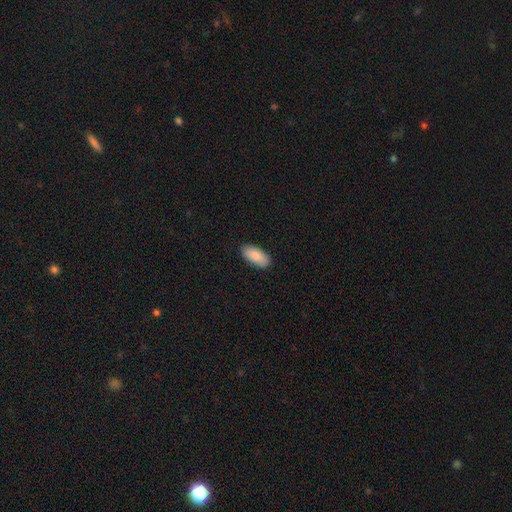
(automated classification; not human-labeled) Q: Smooth or featured?
A: smooth (89%); runner-up: star or artifact (5%)
Q: How rounded?
A: in between (91%); runner-up: cigar-shaped (7%)
Q: Merging?
A: none (88%); runner-up: minor disturbance (9%)